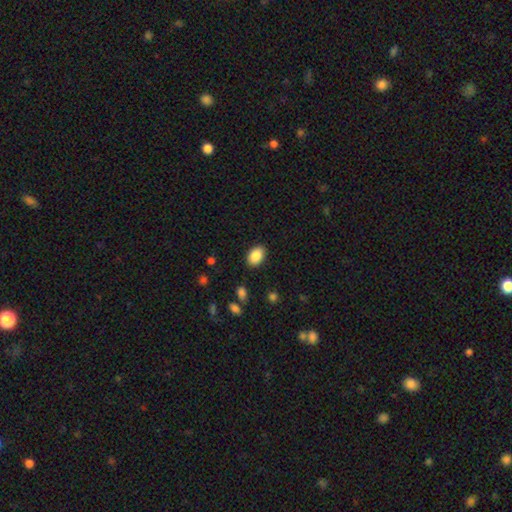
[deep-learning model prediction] smooth_or_featured: smooth (p=0.88) [alt: star or artifact p=0.07]
how_rounded: in between (p=0.86) [alt: round p=0.13]
merging: none (p=0.88) [alt: minor disturbance p=0.08]